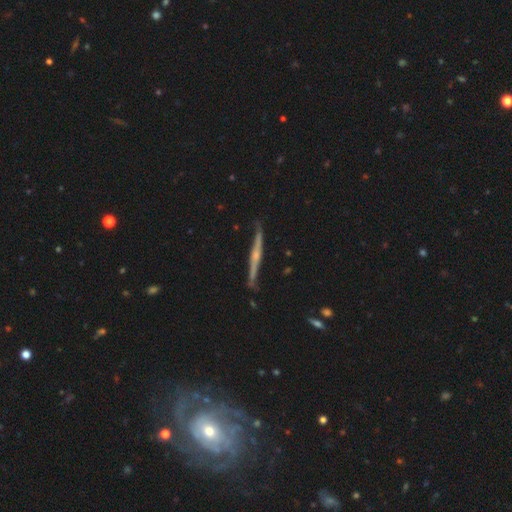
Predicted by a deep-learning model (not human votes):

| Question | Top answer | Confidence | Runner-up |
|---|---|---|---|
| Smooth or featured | featured or disk | 79% | smooth (15%) |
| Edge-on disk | yes | 97% | no (3%) |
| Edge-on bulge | rounded | 72% | none (19%) |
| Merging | none | 81% | minor disturbance (14%) |